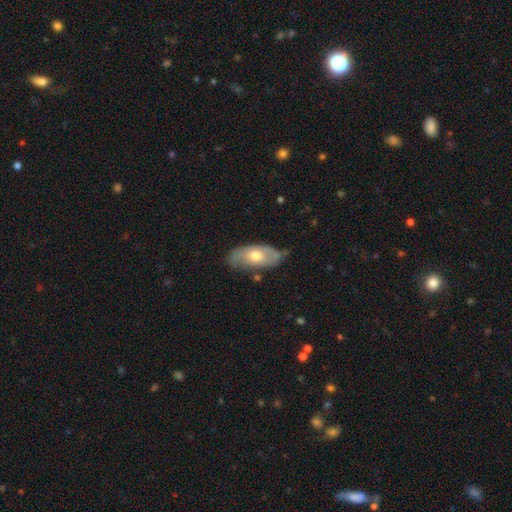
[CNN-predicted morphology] Q: Smooth or featured?
A: featured or disk (49%); runner-up: smooth (44%)
Q: Merging?
A: none (68%); runner-up: minor disturbance (25%)